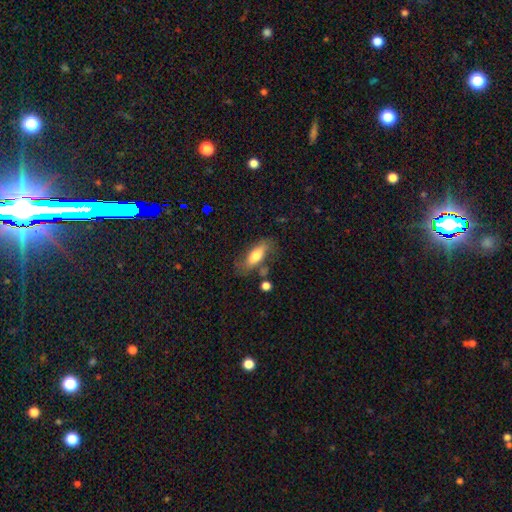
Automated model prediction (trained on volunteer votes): Smooth or featured? Predicted: smooth (p=0.63). How rounded? Predicted: in between (p=0.63). Merging? Predicted: none (p=0.65).